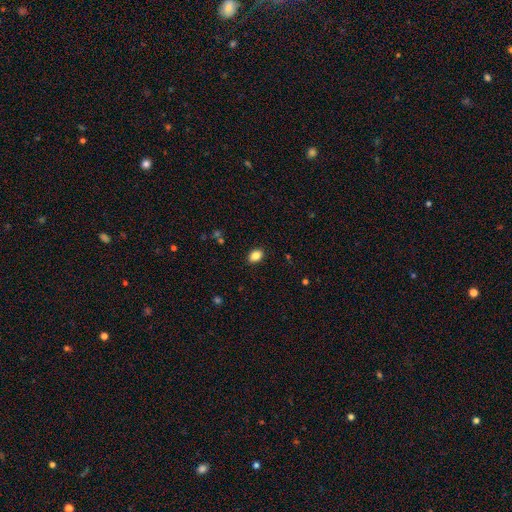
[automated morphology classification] Smooth or featured: smooth — 85% (star or artifact — 9%)
How rounded: in between — 75% (round — 24%)
Merging: none — 89% (minor disturbance — 8%)